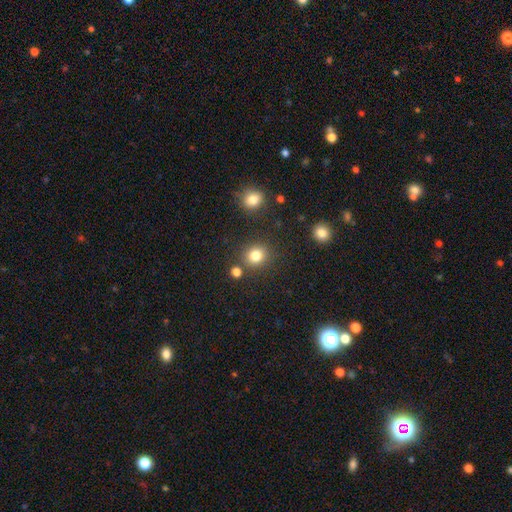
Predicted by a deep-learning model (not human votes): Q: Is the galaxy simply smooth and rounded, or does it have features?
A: smooth — 82%.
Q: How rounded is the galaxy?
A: round — 82%.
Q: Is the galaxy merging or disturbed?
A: none — 83%.